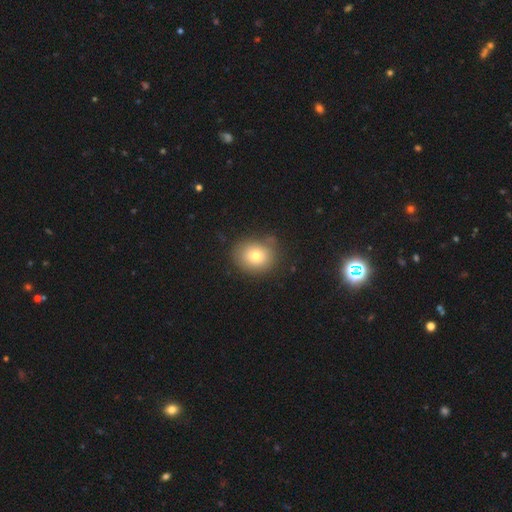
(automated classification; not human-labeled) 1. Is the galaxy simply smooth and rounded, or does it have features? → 75% smooth, 13% featured or disk, 12% star or artifact.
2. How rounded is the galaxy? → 72% round, 27% in between, 1% cigar-shaped.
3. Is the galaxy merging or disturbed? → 77% none, 16% minor disturbance, 4% major disturbance, 3% merger.